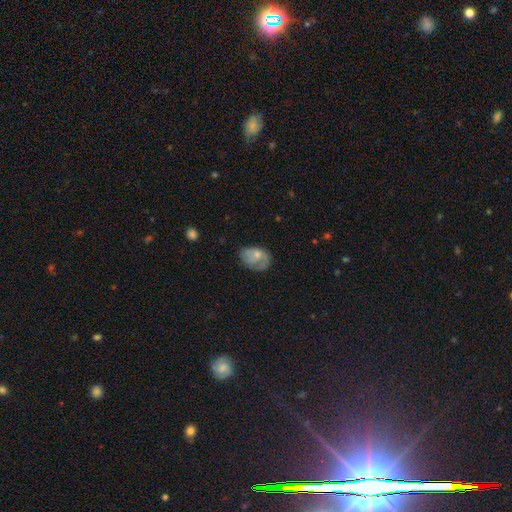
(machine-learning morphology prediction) Q: Smooth or featured?
A: smooth (60%); runner-up: featured or disk (32%)
Q: How rounded?
A: in between (75%); runner-up: round (23%)
Q: Merging?
A: none (47%); runner-up: minor disturbance (32%)